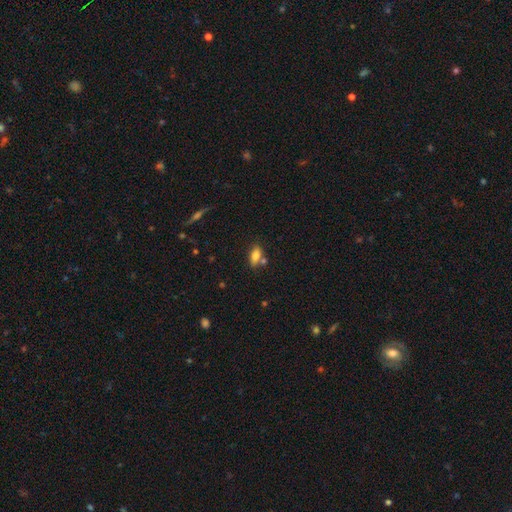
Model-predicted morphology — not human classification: Smooth or featured? Predicted: smooth (p=0.80). How rounded? Predicted: in between (p=0.84). Merging? Predicted: none (p=0.62).